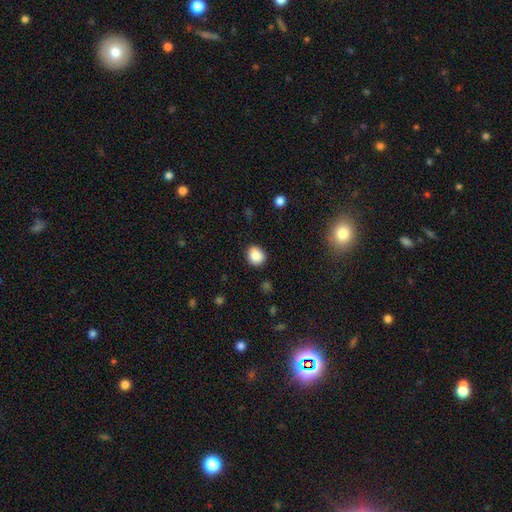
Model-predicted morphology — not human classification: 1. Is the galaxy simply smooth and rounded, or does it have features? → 87% smooth, 9% star or artifact, 4% featured or disk.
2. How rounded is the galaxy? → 73% round, 26% in between, 1% cigar-shaped.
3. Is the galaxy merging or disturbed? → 88% none, 9% minor disturbance, 2% major disturbance, 1% merger.